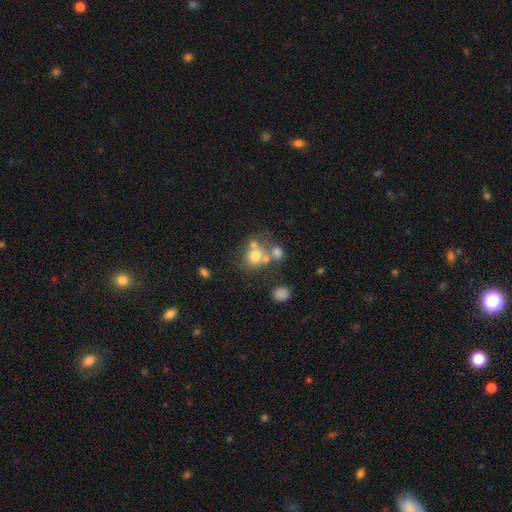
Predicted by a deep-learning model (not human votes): Smooth or featured?
  - smooth: 66% *
  - featured or disk: 21%
  - star or artifact: 14%
How rounded?
  - round: 77% *
  - in between: 22%
  - cigar-shaped: 1%
Merging?
  - none: 42% *
  - merger: 40%
  - minor disturbance: 11%
  - major disturbance: 7%